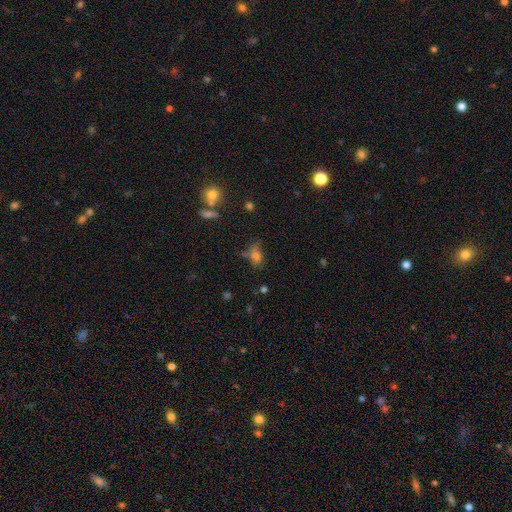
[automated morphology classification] Overall: smooth (67%). How rounded: in between (76%). Merging: none (43%; minor disturbance 27%).